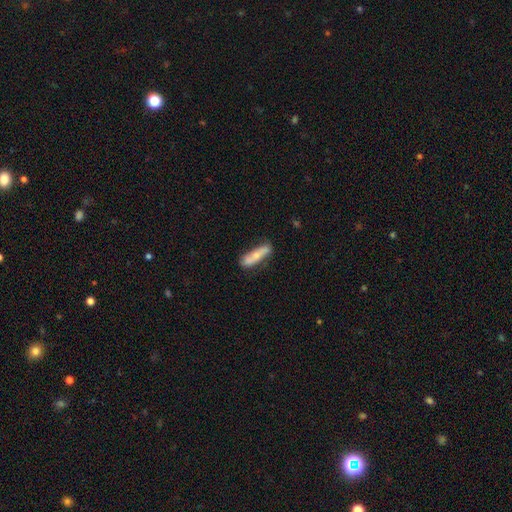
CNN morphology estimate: Smooth or featured? smooth (60%)
How rounded? cigar-shaped (65%)
Merging? none (71%)